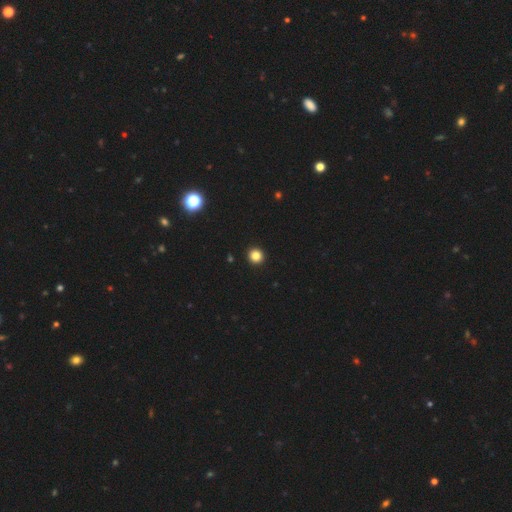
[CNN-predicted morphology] The model was most divided on "smooth or featured": smooth: 84%, star or artifact: 12%, featured or disk: 4%. More confident: how rounded — round (94%); merging — none (94%).